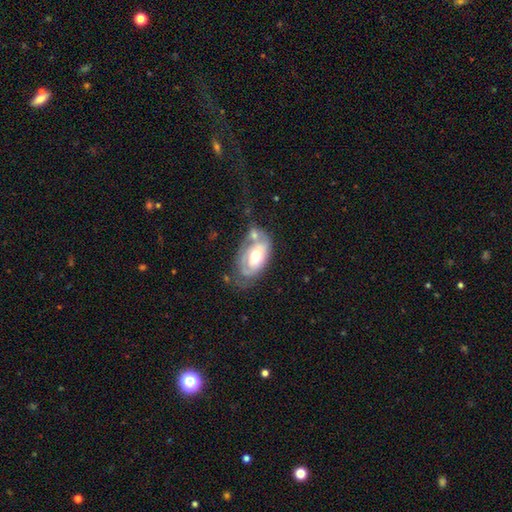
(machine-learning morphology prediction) Smooth or featured?
  - featured or disk: 58% *
  - smooth: 36%
  - star or artifact: 6%
Edge-on disk?
  - no: 92% *
  - yes: 8%
Bar?
  - no: 70% *
  - weak: 23%
  - strong: 7%
Spiral arms?
  - yes: 56% *
  - no: 44%
Bulge size?
  - moderate: 51% *
  - large: 38%
  - small: 7%
  - dominant: 3%
  - none: 2%
Merging?
  - none: 33% *
  - minor disturbance: 27%
  - major disturbance: 22%
  - merger: 19%